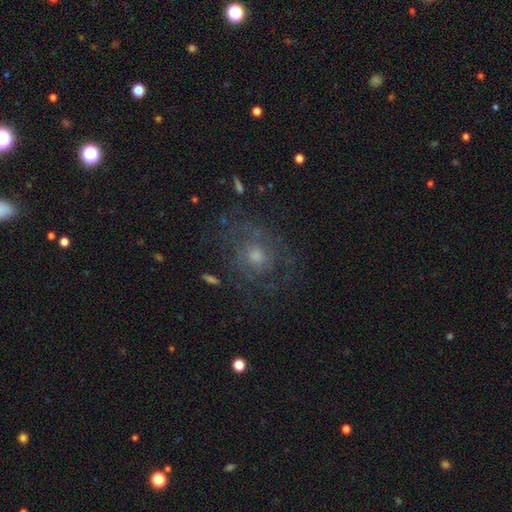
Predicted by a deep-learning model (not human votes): Smooth or featured?
  - featured or disk: 67% *
  - smooth: 22%
  - star or artifact: 12%
Edge-on disk?
  - no: 96% *
  - yes: 4%
Bar?
  - no: 80% *
  - weak: 18%
  - strong: 3%
Spiral arms?
  - yes: 77% *
  - no: 23%
Bulge size?
  - moderate: 54% *
  - small: 30%
  - large: 10%
  - none: 4%
  - dominant: 2%
Merging?
  - none: 68% *
  - minor disturbance: 17%
  - major disturbance: 14%
  - merger: 2%